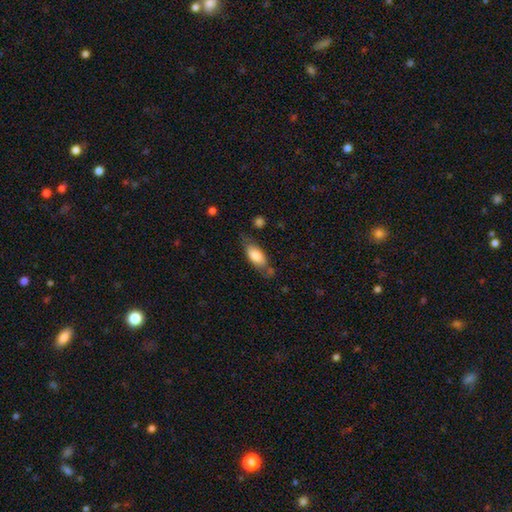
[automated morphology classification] Smooth or featured: smooth — 74% (featured or disk — 20%)
How rounded: in between — 80% (cigar-shaped — 17%)
Merging: none — 59% (minor disturbance — 26%)